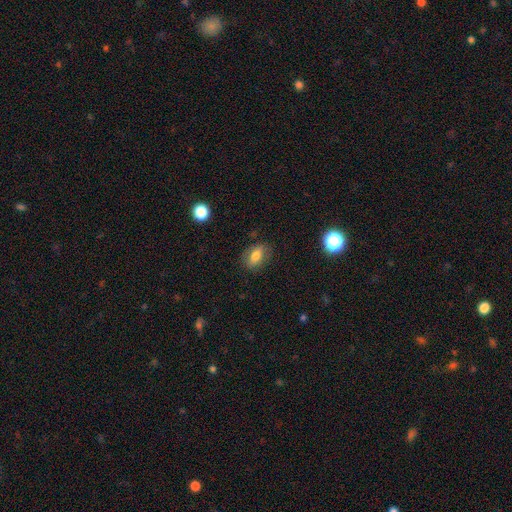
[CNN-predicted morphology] A smooth galaxy with no disk features (75%) that is in between round and cigar-shaped (82%).

Vote fractions:
- Smooth or featured? smooth: 75% / featured or disk: 15% / star or artifact: 10%
- How rounded? in between: 82% / round: 15% / cigar-shaped: 3%
- Merging? none: 79% / minor disturbance: 15% / major disturbance: 5% / merger: 1%